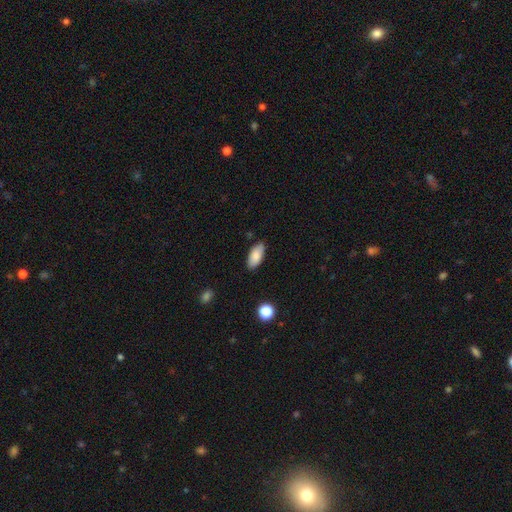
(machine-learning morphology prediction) smooth_or_featured: smooth (p=0.85) [alt: featured or disk p=0.08]
how_rounded: in between (p=0.90) [alt: cigar-shaped p=0.07]
merging: none (p=0.84) [alt: minor disturbance p=0.13]